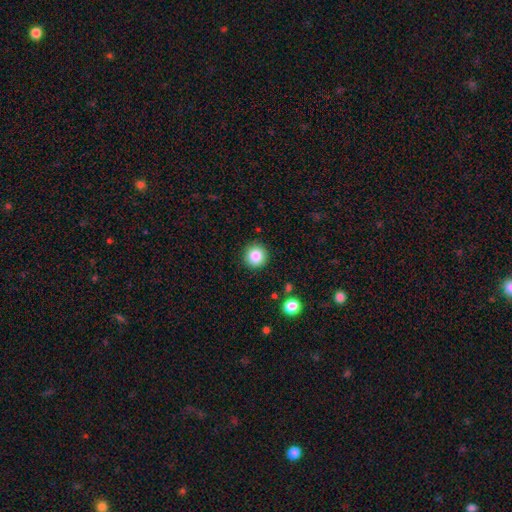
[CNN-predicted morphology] This is clearly a smooth galaxy (85%). How rounded: clearly round (95%). Merging: clearly none (91%).